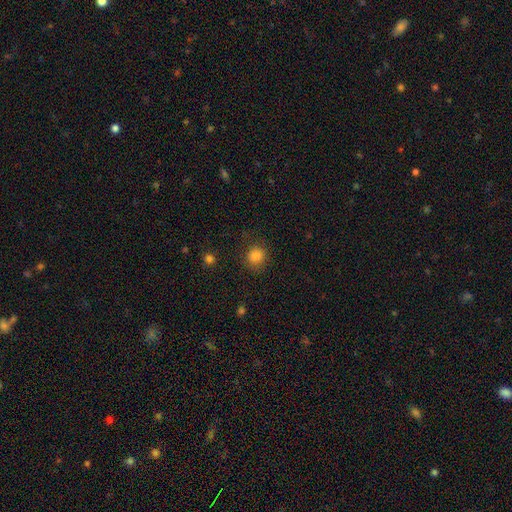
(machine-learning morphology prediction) smooth-or-featured: smooth: 83% | star or artifact: 12% | featured or disk: 4%
  how-rounded: round: 82% | in between: 17% | cigar-shaped: 1%
  merging: none: 81% | minor disturbance: 13% | major disturbance: 4% | merger: 2%